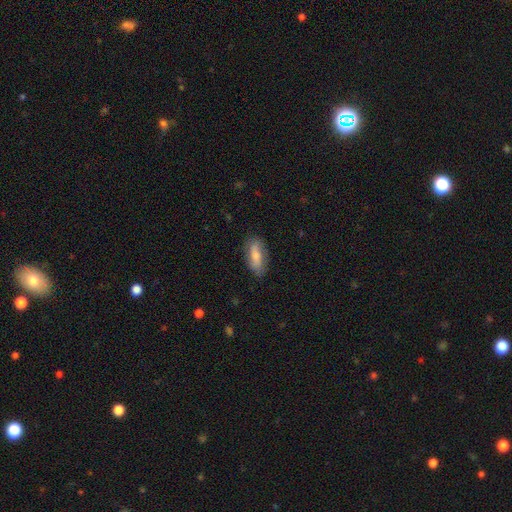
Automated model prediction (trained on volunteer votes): The model was most divided on "smooth or featured": smooth: 64%, featured or disk: 30%, star or artifact: 7%. More confident: merging — none (78%); how rounded — in between (75%).